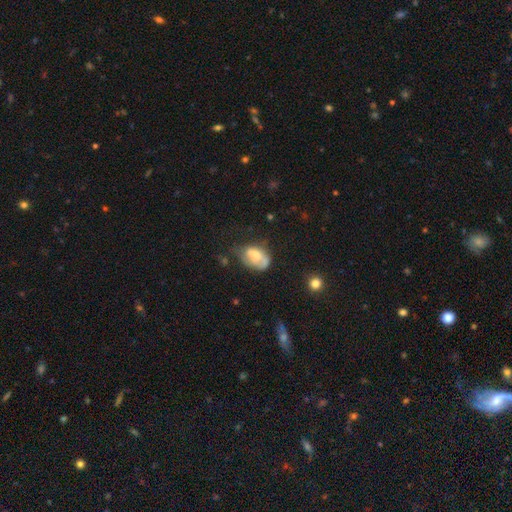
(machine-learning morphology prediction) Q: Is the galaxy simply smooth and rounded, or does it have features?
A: smooth — 61%.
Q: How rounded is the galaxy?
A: in between — 85%.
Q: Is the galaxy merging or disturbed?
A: minor disturbance — 35%.